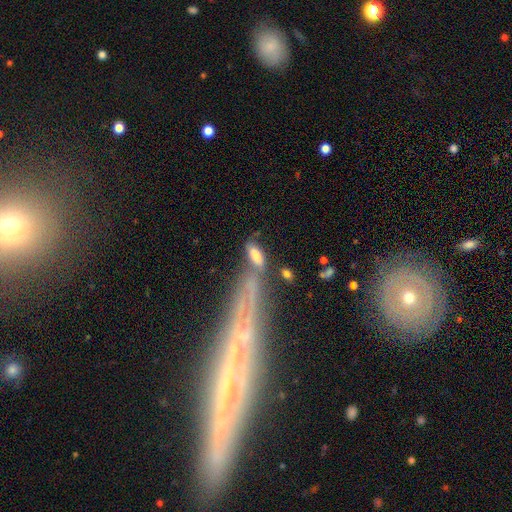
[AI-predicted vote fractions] Q: Smooth or featured?
A: smooth (73%); runner-up: featured or disk (18%)
Q: How rounded?
A: in between (74%); runner-up: cigar-shaped (23%)
Q: Merging?
A: none (45%); runner-up: merger (26%)